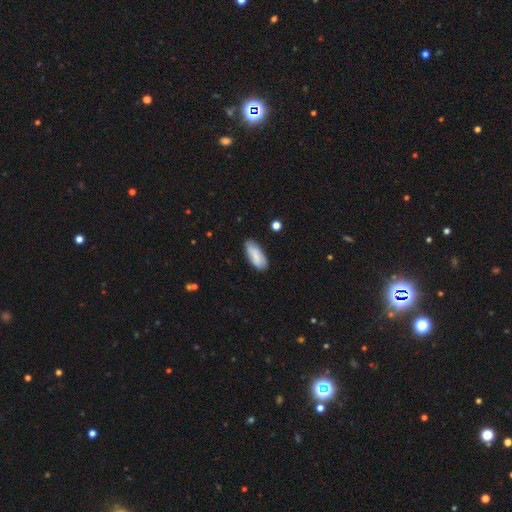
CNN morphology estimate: type=smooth (82%); roundness=in between (80%); merging=none (75%).